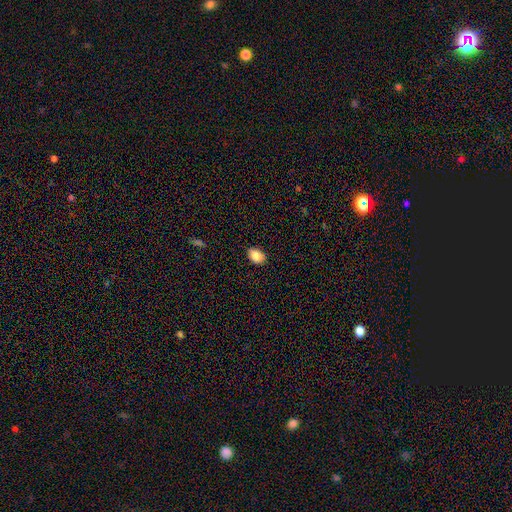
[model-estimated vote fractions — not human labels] Smooth or featured?
  - smooth: 86% *
  - star or artifact: 8%
  - featured or disk: 6%
How rounded?
  - in between: 80% *
  - round: 19%
  - cigar-shaped: 1%
Merging?
  - none: 86% *
  - minor disturbance: 11%
  - major disturbance: 2%
  - merger: 1%